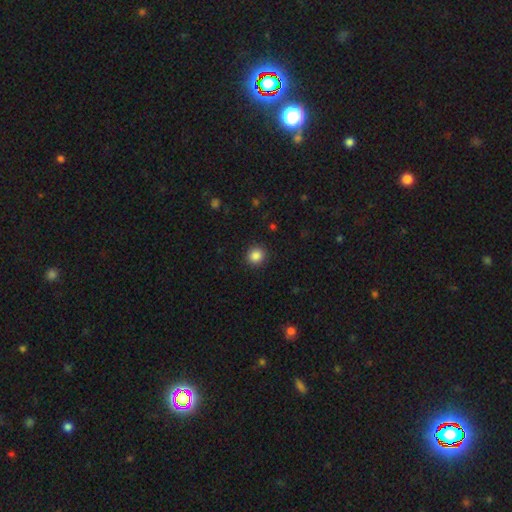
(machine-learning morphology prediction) Smooth or featured? smooth (86%)
How rounded? round (93%)
Merging? none (92%)